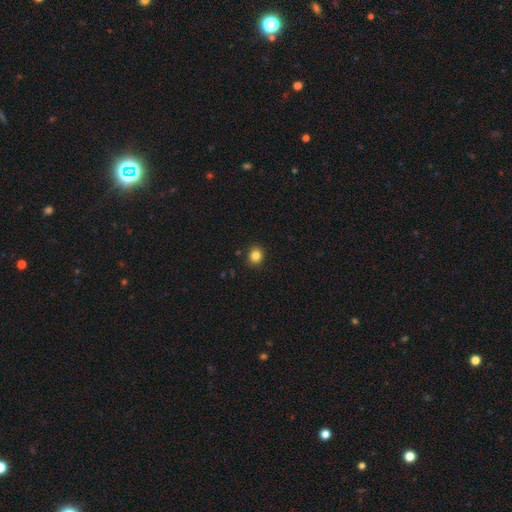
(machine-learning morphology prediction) Smooth or featured: smooth — 84% (star or artifact — 11%)
How rounded: round — 78% (in between — 21%)
Merging: none — 89% (minor disturbance — 8%)